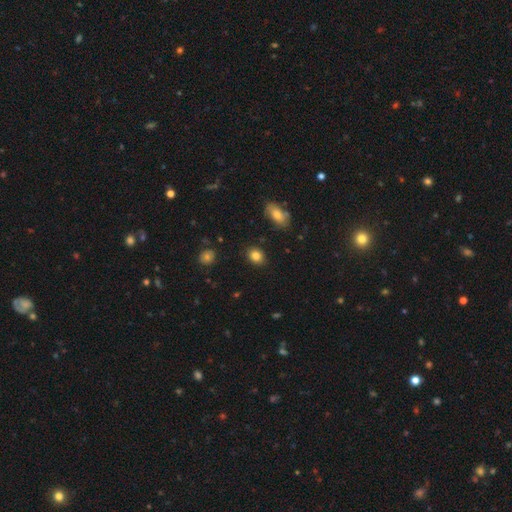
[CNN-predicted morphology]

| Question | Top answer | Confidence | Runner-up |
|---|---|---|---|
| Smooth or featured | smooth | 84% | star or artifact (10%) |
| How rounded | round | 51% | in between (47%) |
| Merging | none | 87% | minor disturbance (9%) |